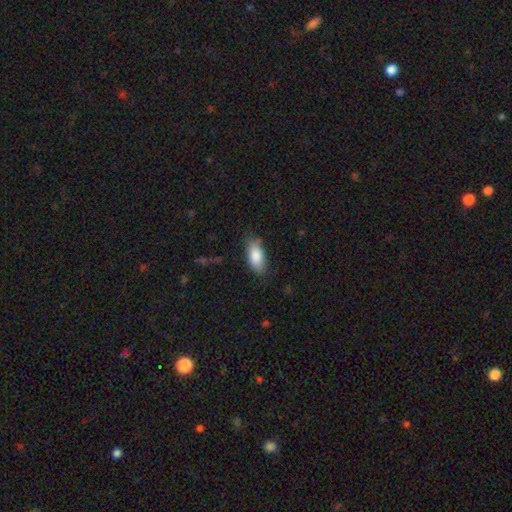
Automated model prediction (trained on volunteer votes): The model was most divided on "merging": none: 76%, minor disturbance: 18%, major disturbance: 4%, merger: 1%. More confident: how rounded — in between (89%); smooth or featured — smooth (85%).